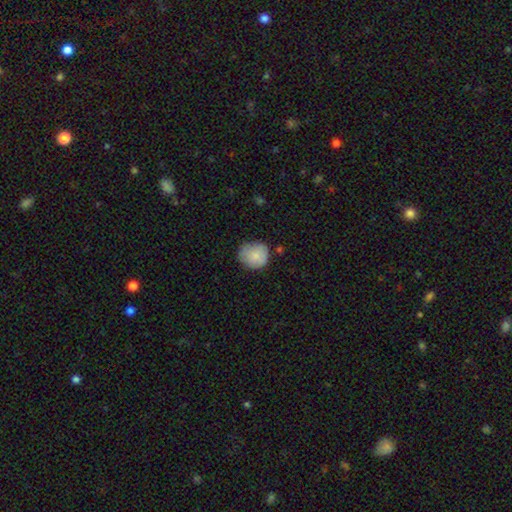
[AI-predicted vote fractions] This is clearly a smooth galaxy (81%). How rounded: clearly round (84%). Merging: likely none (65%).